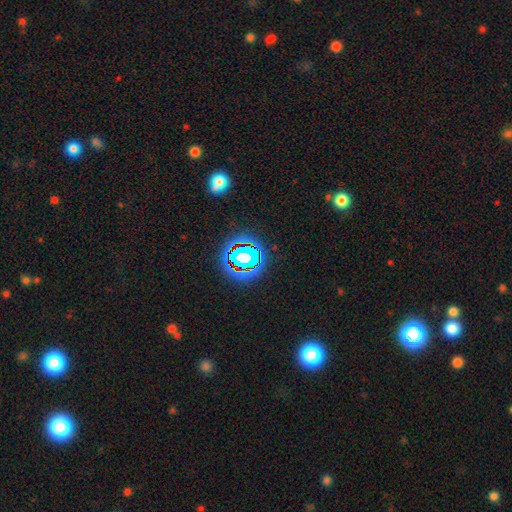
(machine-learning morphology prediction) Q: Smooth or featured?
A: star or artifact (78%); runner-up: smooth (14%)